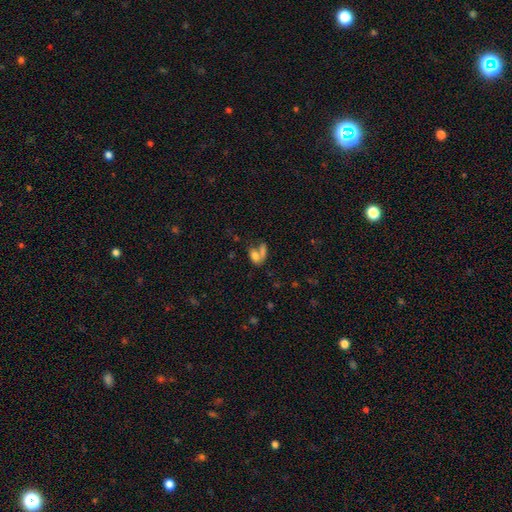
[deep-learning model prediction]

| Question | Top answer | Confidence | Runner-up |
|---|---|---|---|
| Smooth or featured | smooth | 72% | featured or disk (16%) |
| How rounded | in between | 82% | round (10%) |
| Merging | merger | 50% | none (30%) |